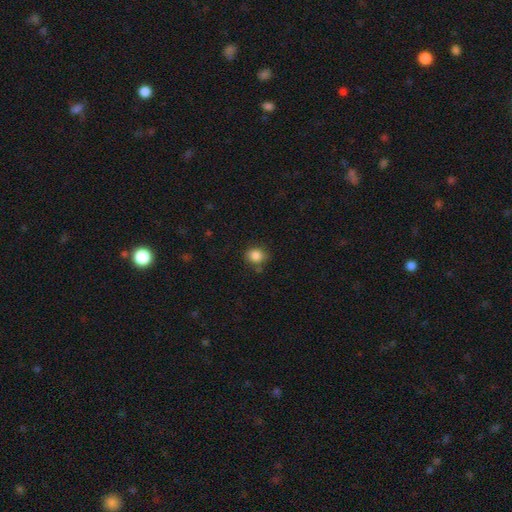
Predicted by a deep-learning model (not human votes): Smooth or featured? Predicted: smooth (p=0.85). How rounded? Predicted: round (p=0.69). Merging? Predicted: none (p=0.74).